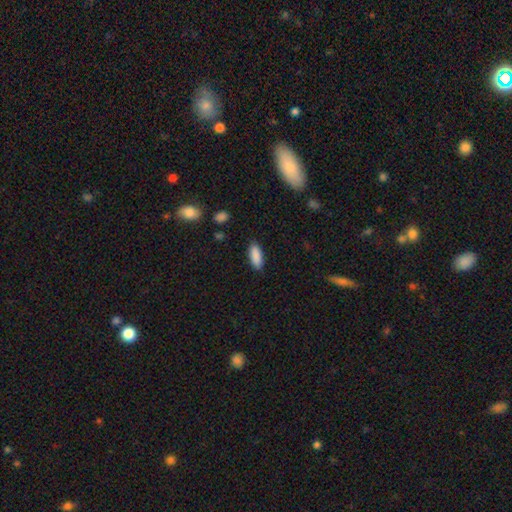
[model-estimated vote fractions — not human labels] smooth_or_featured: smooth (p=0.89) [alt: star or artifact p=0.06]
how_rounded: in between (p=0.72) [alt: cigar-shaped p=0.26]
merging: none (p=0.87) [alt: minor disturbance p=0.09]